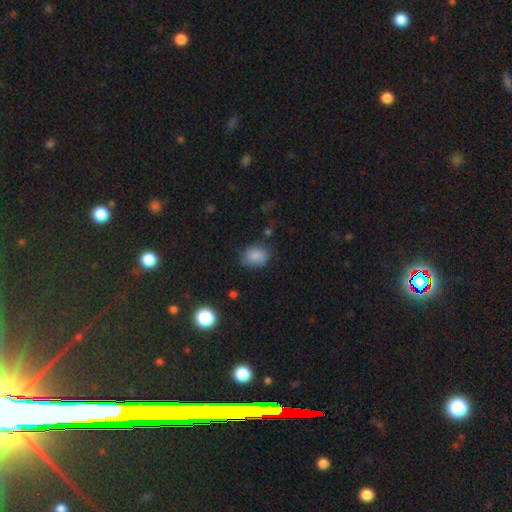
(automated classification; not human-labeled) The model was most divided on "how rounded": in between: 61%, round: 38%, cigar-shaped: 1%. More confident: smooth or featured — smooth (82%); merging — none (66%).